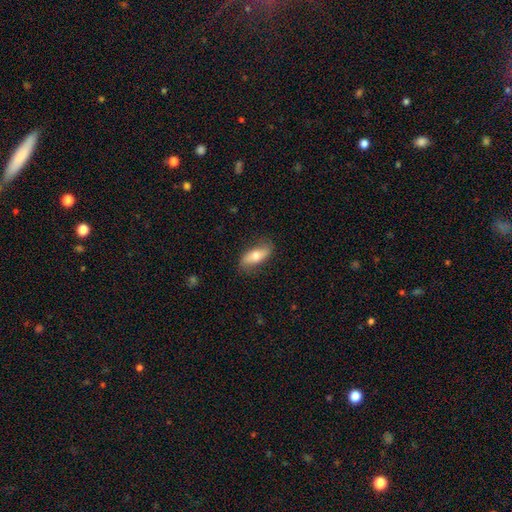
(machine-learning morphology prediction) smooth 65%, featured or disk 29%, star or artifact 6%. Down the decision tree: how rounded — in between (76%); merging — none (77%).